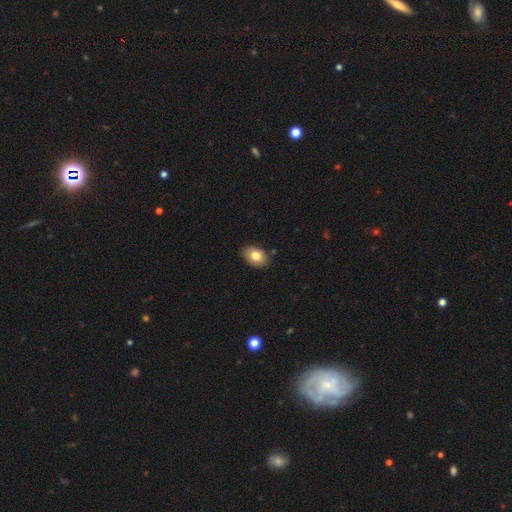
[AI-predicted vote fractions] Smooth or featured?
  - smooth: 80% *
  - featured or disk: 12%
  - star or artifact: 8%
How rounded?
  - in between: 79% *
  - round: 20%
  - cigar-shaped: 1%
Merging?
  - none: 85% *
  - minor disturbance: 11%
  - major disturbance: 2%
  - merger: 2%